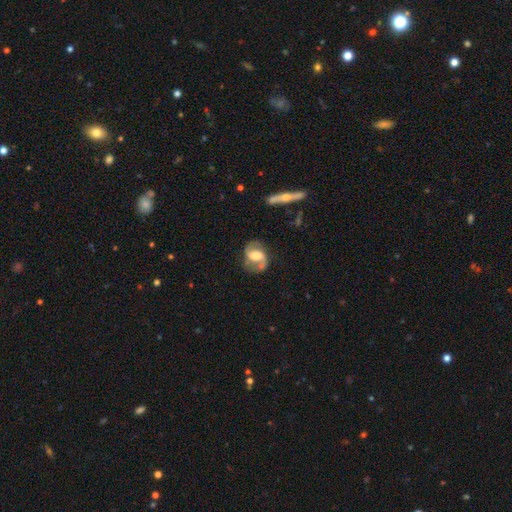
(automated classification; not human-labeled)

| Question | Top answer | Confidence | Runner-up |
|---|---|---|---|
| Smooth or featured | featured or disk | 79% | smooth (15%) |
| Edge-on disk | no | 96% | yes (4%) |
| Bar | weak | 43% | no (33%) |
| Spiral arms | yes | 93% | no (7%) |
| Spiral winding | medium | 51% | loose (32%) |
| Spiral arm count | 2 | 90% | can't tell (4%) |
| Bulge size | moderate | 53% | large (26%) |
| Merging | none | 72% | minor disturbance (17%) |